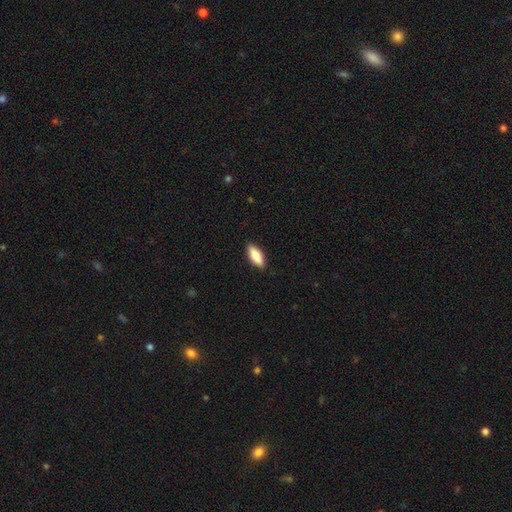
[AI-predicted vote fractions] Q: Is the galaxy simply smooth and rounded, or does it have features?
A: smooth — 83%.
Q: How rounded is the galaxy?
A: in between — 76%.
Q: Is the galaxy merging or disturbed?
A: none — 89%.